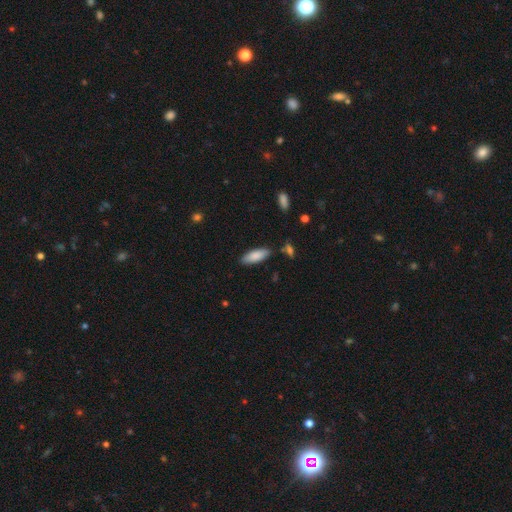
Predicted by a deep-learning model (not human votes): This appears to be a smooth galaxy with no disk features (86%) that is in between round and cigar-shaped (66%). Merging: none (84%).